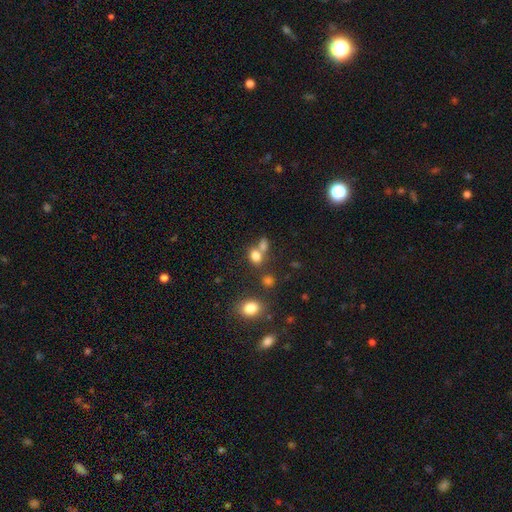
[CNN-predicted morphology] A smooth galaxy with no disk features (78%) that is in between round and cigar-shaped (59%).

Vote fractions:
- Smooth or featured? smooth: 78% / star or artifact: 13% / featured or disk: 9%
- How rounded? in between: 59% / round: 39% / cigar-shaped: 2%
- Merging? none: 43% / merger: 41% / minor disturbance: 10% / major disturbance: 6%